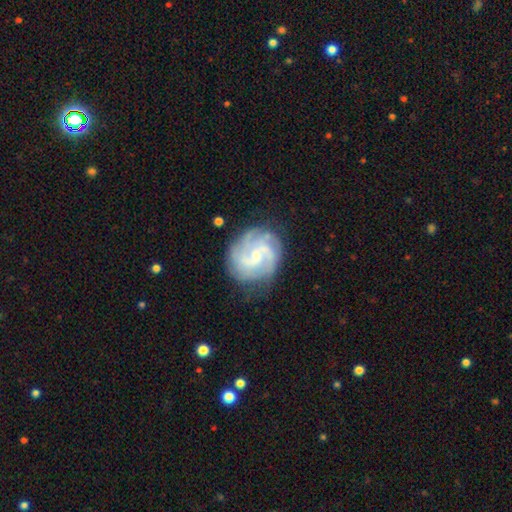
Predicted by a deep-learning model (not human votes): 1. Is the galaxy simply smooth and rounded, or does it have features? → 84% featured or disk, 10% smooth, 6% star or artifact.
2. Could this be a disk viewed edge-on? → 98% no, 2% yes.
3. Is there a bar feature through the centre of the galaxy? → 48% no, 44% weak, 8% strong.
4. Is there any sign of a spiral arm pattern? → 96% yes, 4% no.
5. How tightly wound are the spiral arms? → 45% tight, 43% medium, 12% loose.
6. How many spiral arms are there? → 28% 3, 23% 2, 23% can't tell, 15% 4, 6% more than 4, 5% 1.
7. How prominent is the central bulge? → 69% small, 25% moderate, 3% none, 1% large, 1% dominant.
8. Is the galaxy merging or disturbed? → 75% none, 16% minor disturbance, 7% major disturbance, 1% merger.